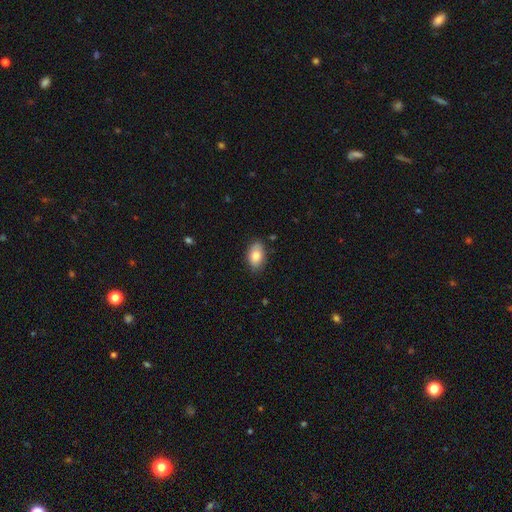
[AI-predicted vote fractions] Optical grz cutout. It shows a smooth galaxy with no disk features (81%) that is in between round and cigar-shaped (91%). Merging: none (83%).